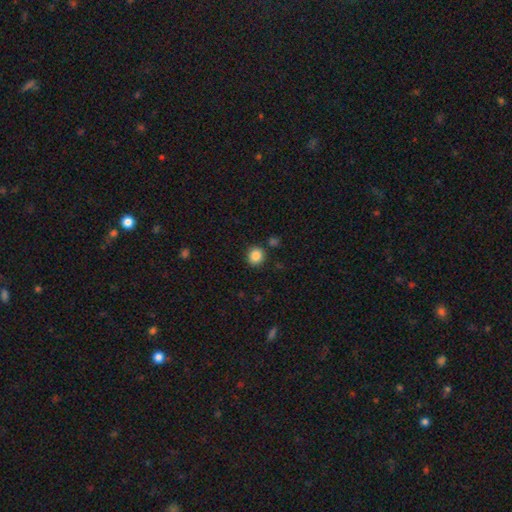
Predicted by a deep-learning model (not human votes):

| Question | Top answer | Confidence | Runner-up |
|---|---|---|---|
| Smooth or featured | smooth | 87% | star or artifact (10%) |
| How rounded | round | 87% | in between (12%) |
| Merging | none | 87% | minor disturbance (7%) |